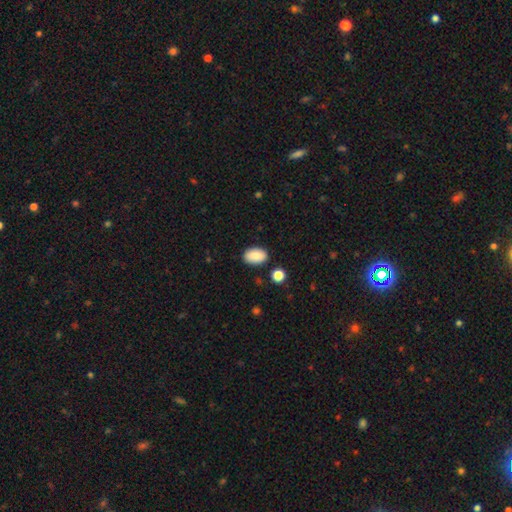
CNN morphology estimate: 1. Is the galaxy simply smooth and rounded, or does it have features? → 86% smooth, 7% star or artifact, 7% featured or disk.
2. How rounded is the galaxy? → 91% in between, 8% round, 1% cigar-shaped.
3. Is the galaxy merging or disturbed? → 85% none, 10% minor disturbance, 2% merger, 2% major disturbance.